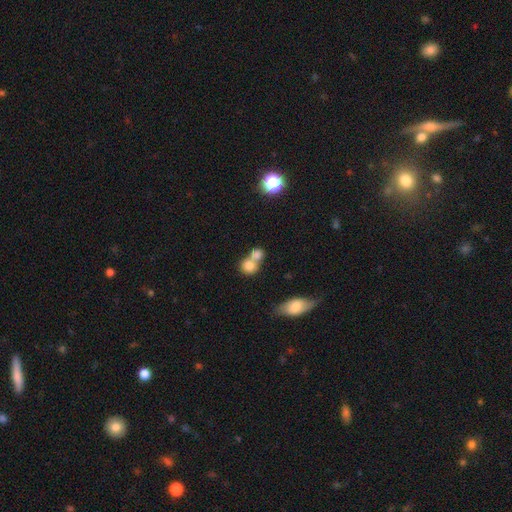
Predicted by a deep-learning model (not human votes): This is likely a smooth galaxy (78%). How rounded: likely round (74%). Merging: possibly merger (57%).